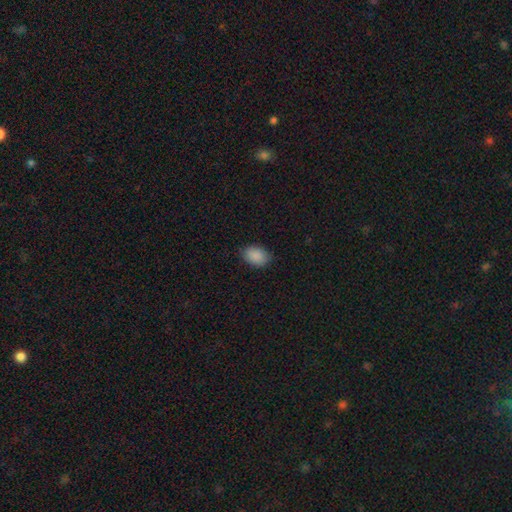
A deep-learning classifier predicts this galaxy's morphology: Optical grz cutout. It shows a smooth galaxy with no disk features (90%) that is in between round and cigar-shaped (84%). Merging: none (85%).